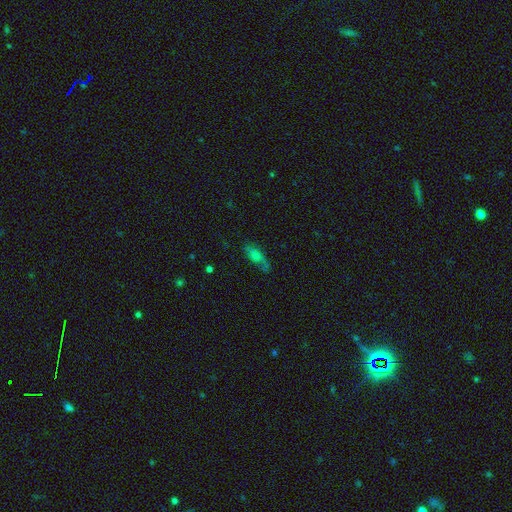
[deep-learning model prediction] smooth 58%, featured or disk 30%, star or artifact 12%. Down the decision tree: how rounded — in between (72%); merging — none (56%).